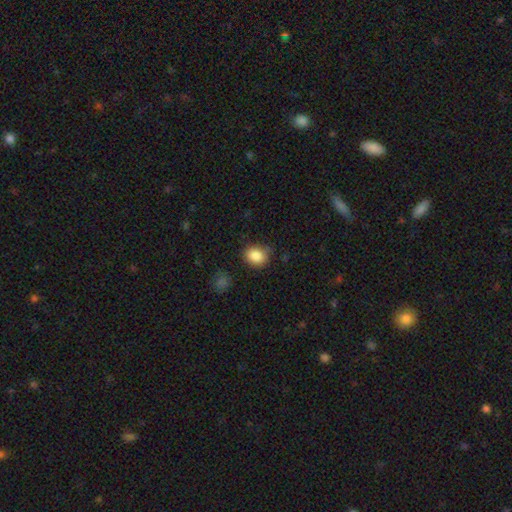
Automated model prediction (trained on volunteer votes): smooth 86%, star or artifact 9%, featured or disk 5%. Down the decision tree: how rounded — round (58%); merging — none (76%).